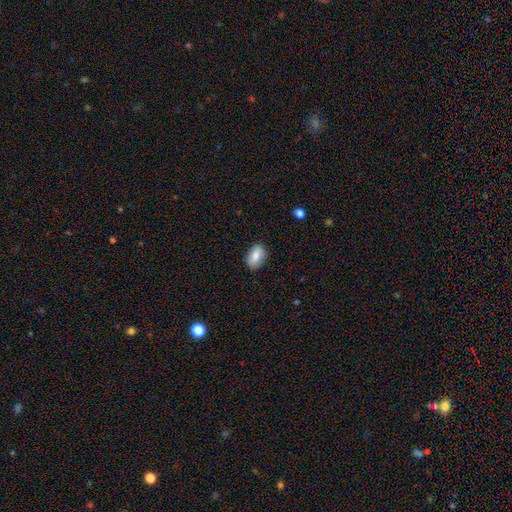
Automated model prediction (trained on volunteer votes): smooth-or-featured: smooth: 75% | featured or disk: 17% | star or artifact: 7%
  how-rounded: in between: 83% | round: 15% | cigar-shaped: 2%
  merging: none: 85% | minor disturbance: 11% | major disturbance: 2% | merger: 1%